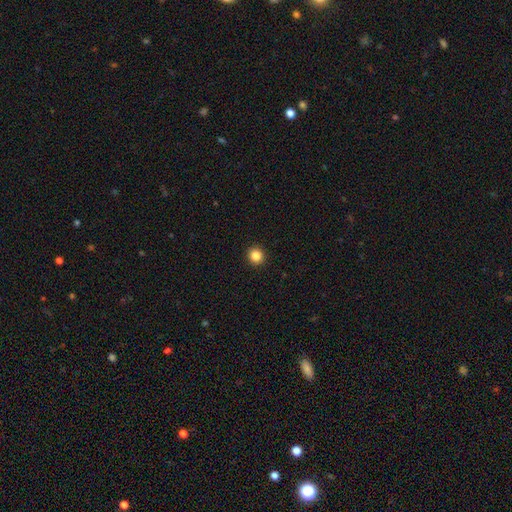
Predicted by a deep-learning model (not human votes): The model was most divided on "smooth or featured": smooth: 85%, star or artifact: 11%, featured or disk: 4%. More confident: merging — none (93%); how rounded — round (90%).